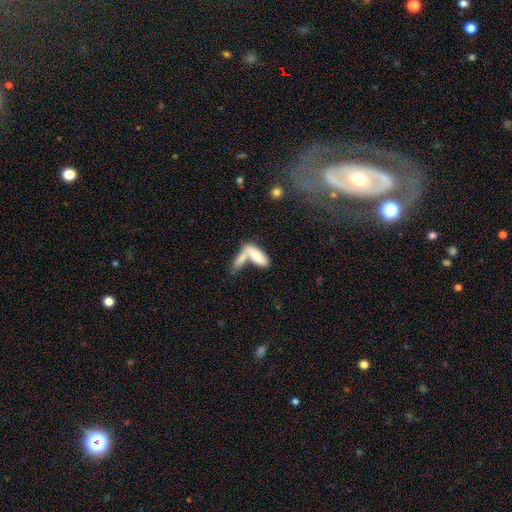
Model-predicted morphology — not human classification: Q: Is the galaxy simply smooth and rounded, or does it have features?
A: smooth — 72%.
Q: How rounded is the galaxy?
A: in between — 67%.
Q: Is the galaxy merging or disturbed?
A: merger — 65%.